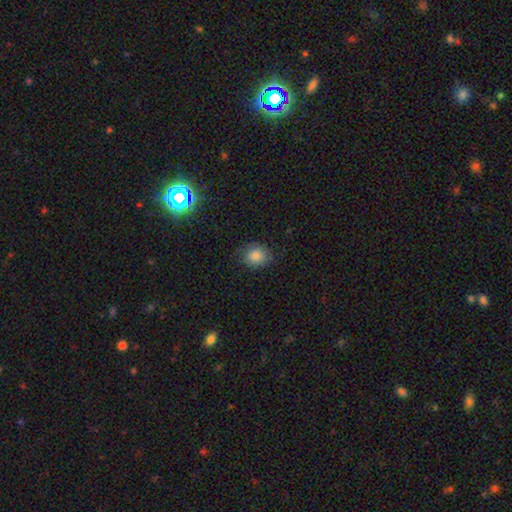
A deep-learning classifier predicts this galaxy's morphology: Smooth or featured: smooth — 84% (star or artifact — 9%)
How rounded: round — 62% (in between — 37%)
Merging: none — 78% (minor disturbance — 17%)